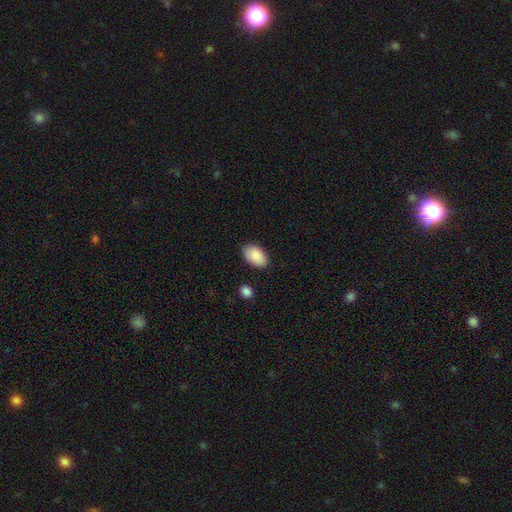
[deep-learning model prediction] smooth 89%, star or artifact 6%, featured or disk 5%. Down the decision tree: how rounded — in between (94%); merging — none (86%).